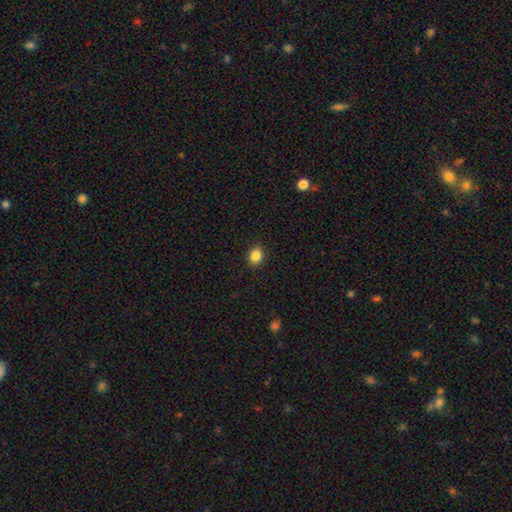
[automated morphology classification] Q: Smooth or featured?
A: smooth (86%); runner-up: star or artifact (10%)
Q: How rounded?
A: in between (51%); runner-up: round (48%)
Q: Merging?
A: none (89%); runner-up: minor disturbance (8%)